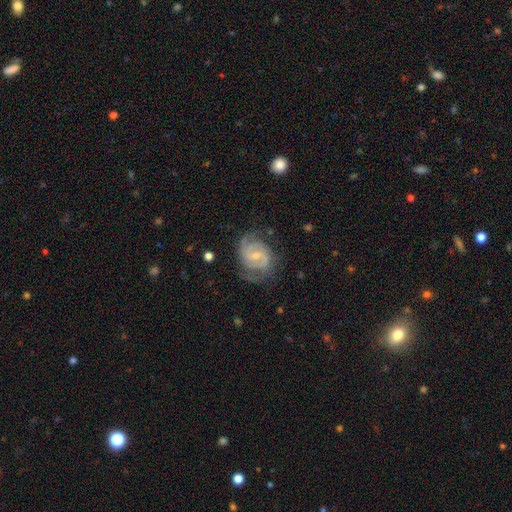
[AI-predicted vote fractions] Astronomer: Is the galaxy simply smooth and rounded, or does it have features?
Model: featured or disk — 85%.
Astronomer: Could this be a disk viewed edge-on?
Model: no — 98%.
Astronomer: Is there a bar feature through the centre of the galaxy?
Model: weak — 51% (runner-up: no, 35%).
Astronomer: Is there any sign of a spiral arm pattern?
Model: yes — 96%.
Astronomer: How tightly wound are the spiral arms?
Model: tight — 44%, tied with medium at 44%.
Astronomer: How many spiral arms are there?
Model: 2 — 74%.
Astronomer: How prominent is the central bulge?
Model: small — 60% (runner-up: moderate, 36%).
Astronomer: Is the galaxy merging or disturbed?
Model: none — 69%.